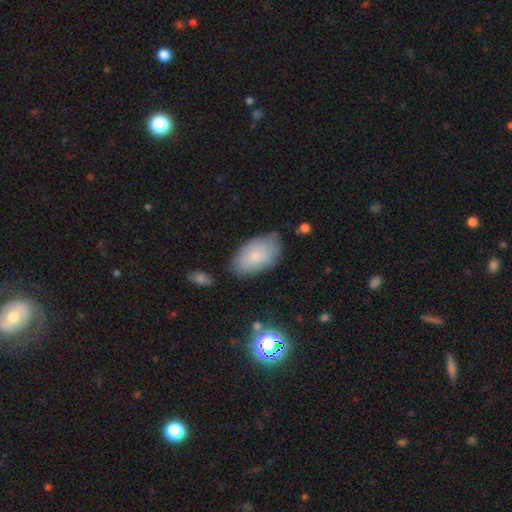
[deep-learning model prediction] Smooth or featured? smooth (72%)
How rounded? in between (93%)
Merging? none (70%)